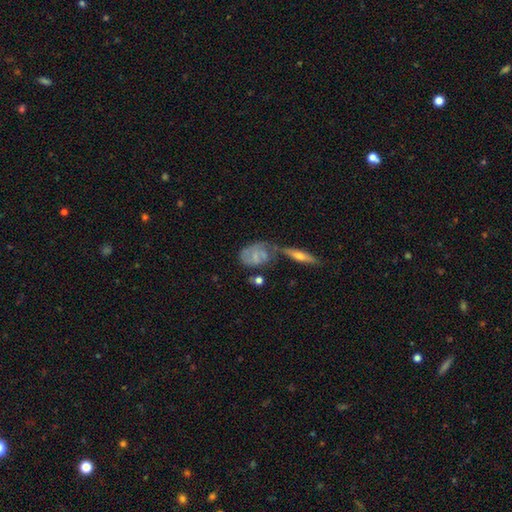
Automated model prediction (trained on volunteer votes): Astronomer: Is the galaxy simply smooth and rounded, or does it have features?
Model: featured or disk — 49% (runner-up: smooth, 43%).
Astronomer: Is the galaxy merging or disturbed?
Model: none — 36% (runner-up: merger, 24%).